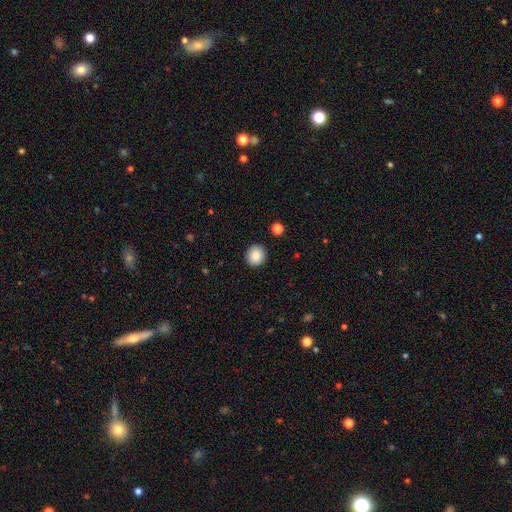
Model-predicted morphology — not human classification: smooth 87%, star or artifact 8%, featured or disk 5%. Down the decision tree: how rounded — round (87%); merging — none (91%).